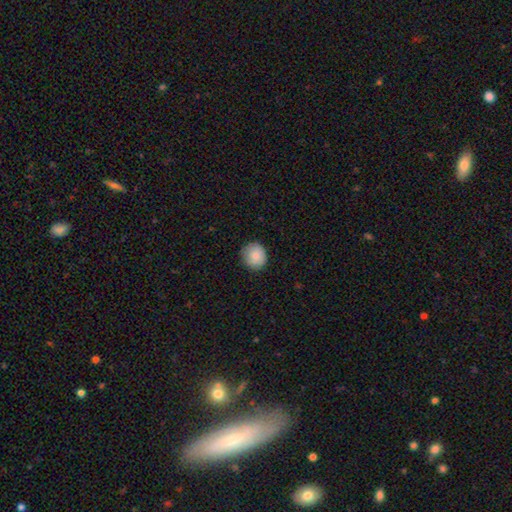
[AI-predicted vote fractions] This is clearly a smooth galaxy (85%). How rounded: clearly round (88%). Merging: clearly none (85%).